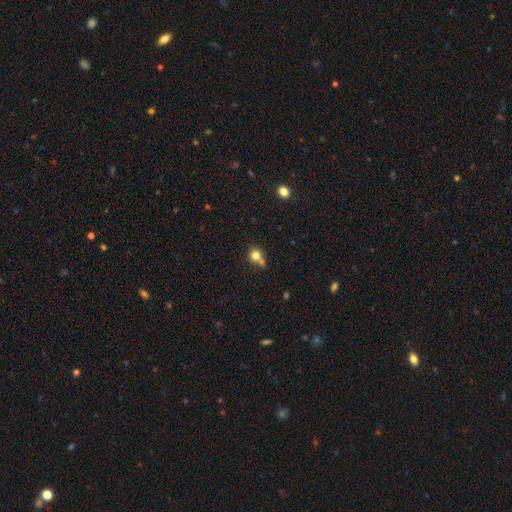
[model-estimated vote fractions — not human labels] Smooth or featured? smooth (78%)
How rounded? round (83%)
Merging? none (51%)